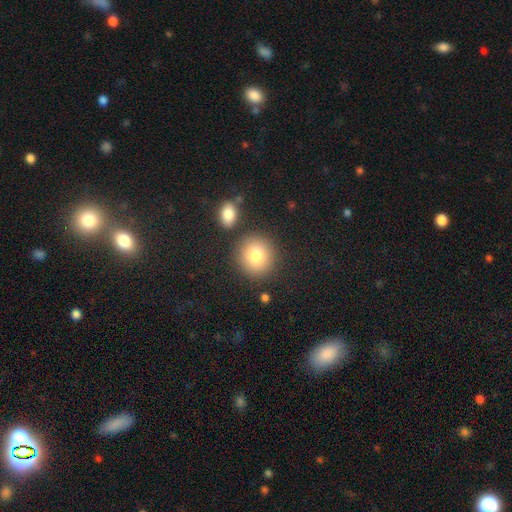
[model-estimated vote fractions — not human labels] Smooth or featured: smooth — 79% (star or artifact — 11%)
How rounded: round — 89% (in between — 10%)
Merging: none — 82% (merger — 8%)